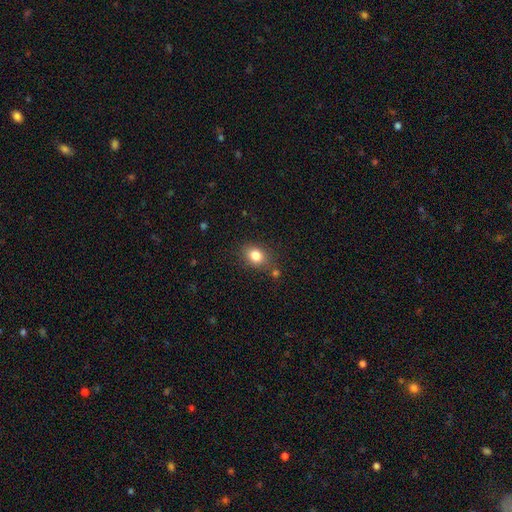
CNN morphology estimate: Smooth or featured? smooth (82%)
How rounded? in between (60%)
Merging? none (75%)